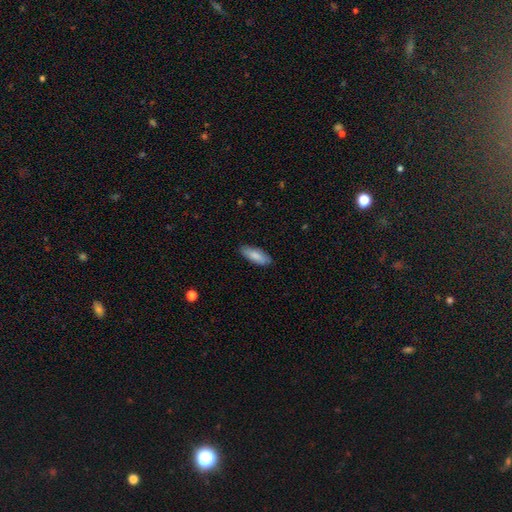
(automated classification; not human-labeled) This appears to be a smooth galaxy with no disk features (85%) that is in between round and cigar-shaped (64%). Merging: none (86%).